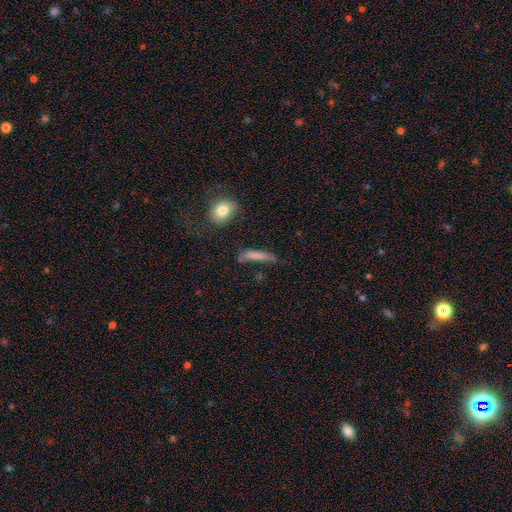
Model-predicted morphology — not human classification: This appears to be a smooth galaxy with no disk features (74%) that is cigar-shaped (87%). Merging: none (61%).